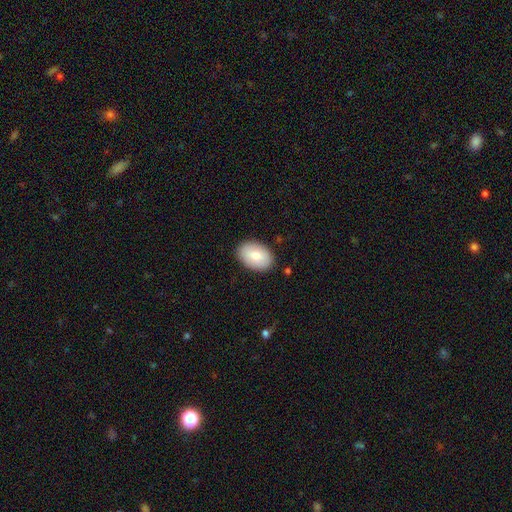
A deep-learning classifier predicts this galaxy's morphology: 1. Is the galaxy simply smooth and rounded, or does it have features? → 81% smooth, 13% featured or disk, 6% star or artifact.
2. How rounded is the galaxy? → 90% in between, 9% round, 1% cigar-shaped.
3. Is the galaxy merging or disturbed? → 87% none, 10% minor disturbance, 2% major disturbance, 1% merger.